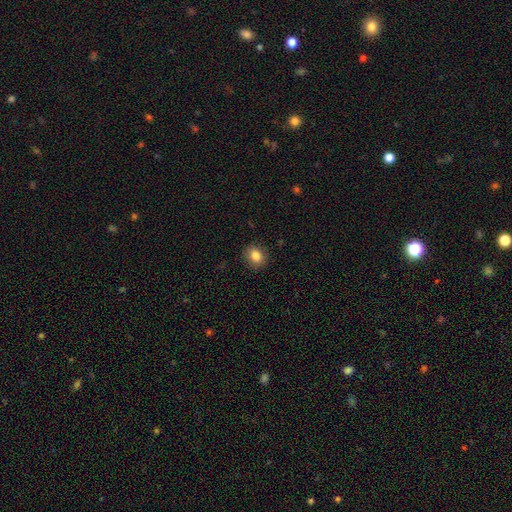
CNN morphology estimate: Q: Smooth or featured?
A: smooth (84%); runner-up: star or artifact (10%)
Q: How rounded?
A: round (65%); runner-up: in between (34%)
Q: Merging?
A: none (87%); runner-up: minor disturbance (9%)